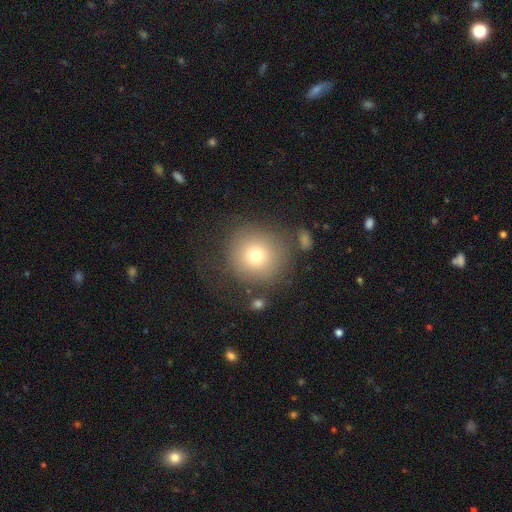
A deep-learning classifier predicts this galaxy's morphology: Smooth or featured? smooth (74%)
How rounded? round (94%)
Merging? none (75%)